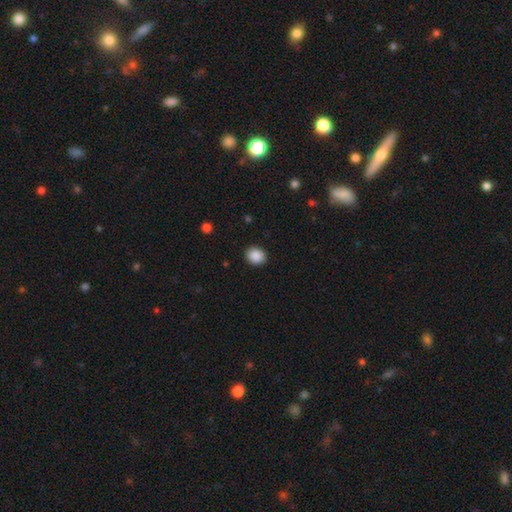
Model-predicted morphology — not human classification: The model was most divided on "how rounded": round: 69%, in between: 30%, cigar-shaped: 1%. More confident: merging — none (90%); smooth or featured — smooth (88%).